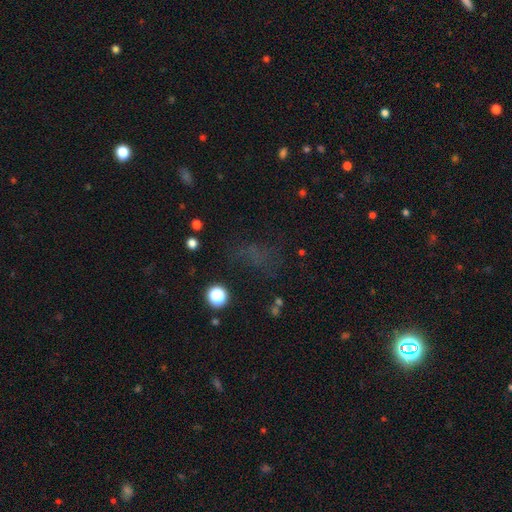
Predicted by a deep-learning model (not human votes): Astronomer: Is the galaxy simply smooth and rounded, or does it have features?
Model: star or artifact — 45% (runner-up: smooth, 41%).